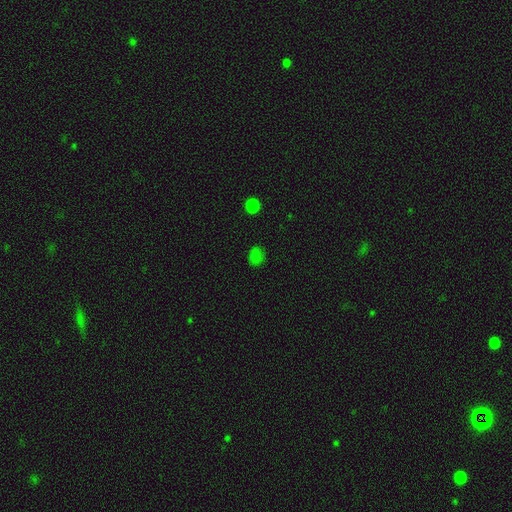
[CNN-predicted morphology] type=smooth (73%); roundness=round (64%); merging=none (83%).